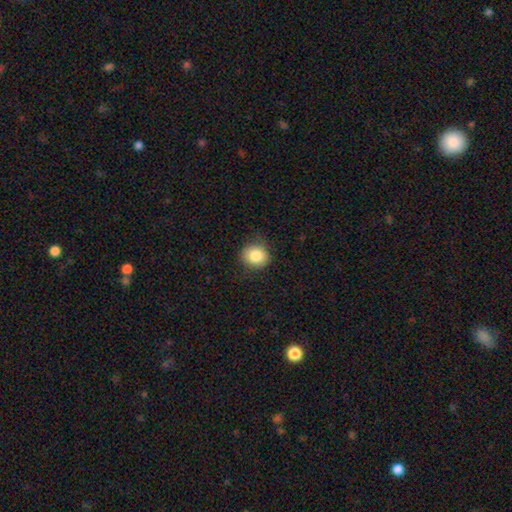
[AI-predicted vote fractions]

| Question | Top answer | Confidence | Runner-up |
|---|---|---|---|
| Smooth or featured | smooth | 84% | star or artifact (9%) |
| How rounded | round | 84% | in between (15%) |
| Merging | none | 82% | minor disturbance (14%) |